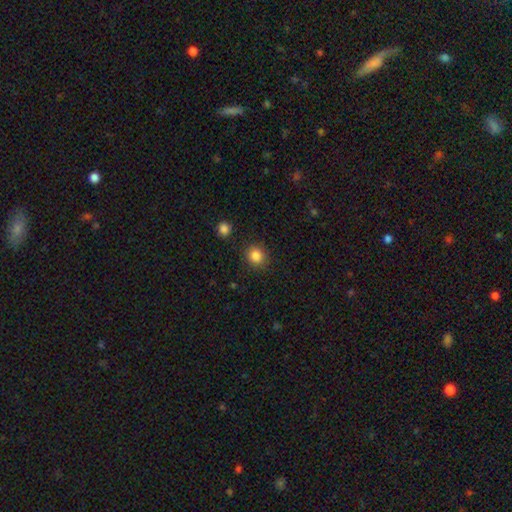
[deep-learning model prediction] Smooth or featured?
  - smooth: 85% *
  - star or artifact: 10%
  - featured or disk: 4%
How rounded?
  - round: 82% *
  - in between: 18%
  - cigar-shaped: 1%
Merging?
  - none: 88% *
  - minor disturbance: 8%
  - major disturbance: 2%
  - merger: 2%